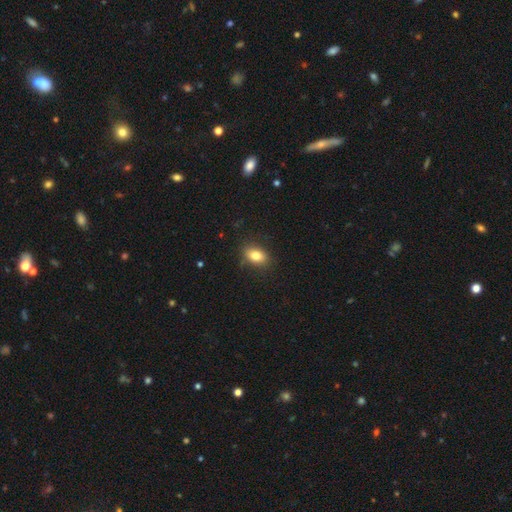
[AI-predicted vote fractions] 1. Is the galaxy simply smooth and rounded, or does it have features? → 81% smooth, 9% featured or disk, 9% star or artifact.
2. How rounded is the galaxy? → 82% in between, 16% round, 2% cigar-shaped.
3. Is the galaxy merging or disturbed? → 83% none, 13% minor disturbance, 3% major disturbance, 1% merger.